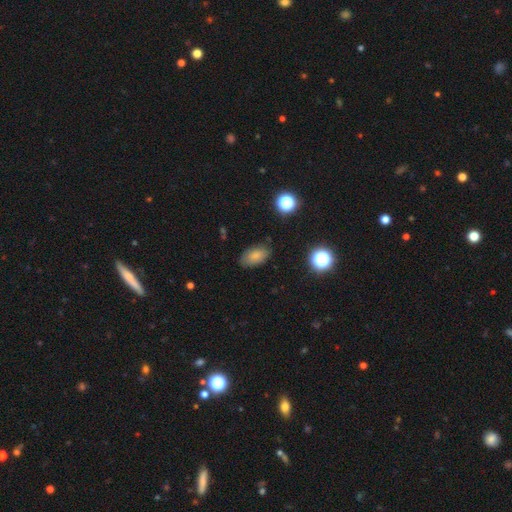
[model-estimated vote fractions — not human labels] Q: Smooth or featured?
A: smooth (79%); runner-up: star or artifact (11%)
Q: How rounded?
A: in between (91%); runner-up: round (6%)
Q: Merging?
A: none (81%); runner-up: minor disturbance (14%)